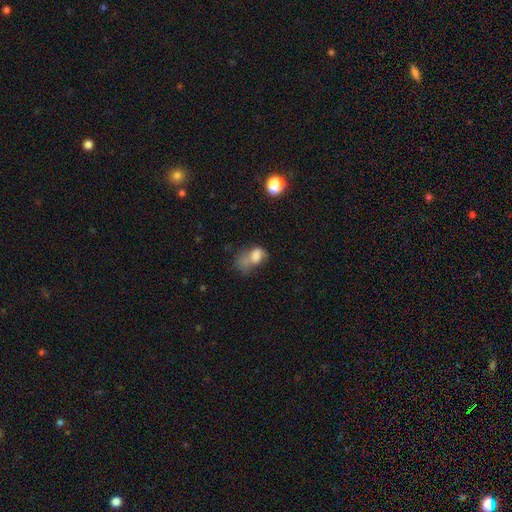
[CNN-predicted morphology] Smooth or featured?
  - smooth: 66% *
  - featured or disk: 21%
  - star or artifact: 13%
How rounded?
  - in between: 79% *
  - round: 19%
  - cigar-shaped: 2%
Merging?
  - major disturbance: 41% *
  - merger: 23%
  - minor disturbance: 19%
  - none: 18%